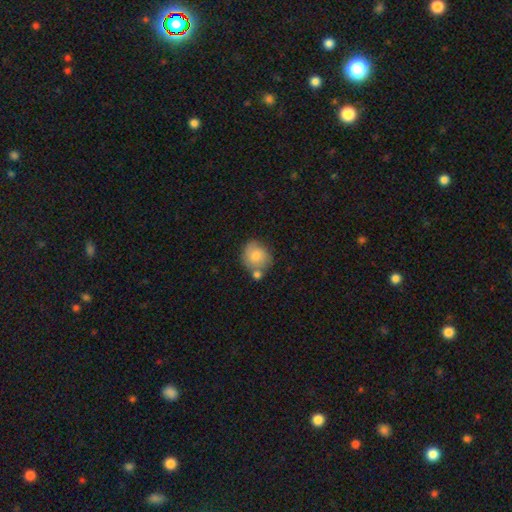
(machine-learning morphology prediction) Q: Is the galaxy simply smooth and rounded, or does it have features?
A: smooth — 77%.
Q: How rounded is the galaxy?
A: round — 78%.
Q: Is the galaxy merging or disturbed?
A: none — 54%.